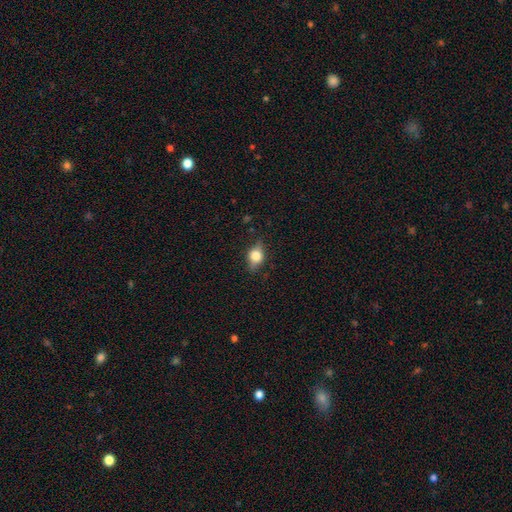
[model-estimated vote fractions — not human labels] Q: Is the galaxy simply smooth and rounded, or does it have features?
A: smooth — 65%.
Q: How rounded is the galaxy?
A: in between — 60%.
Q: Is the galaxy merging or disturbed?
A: none — 77%.